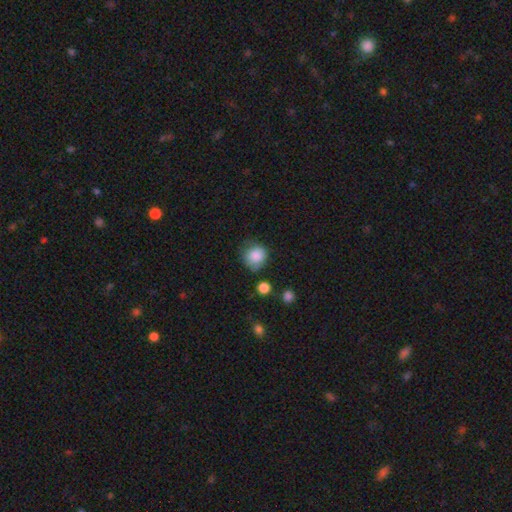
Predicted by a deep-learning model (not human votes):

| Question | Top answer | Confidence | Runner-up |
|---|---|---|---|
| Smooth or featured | smooth | 86% | star or artifact (9%) |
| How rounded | round | 83% | in between (16%) |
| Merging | none | 65% | minor disturbance (25%) |